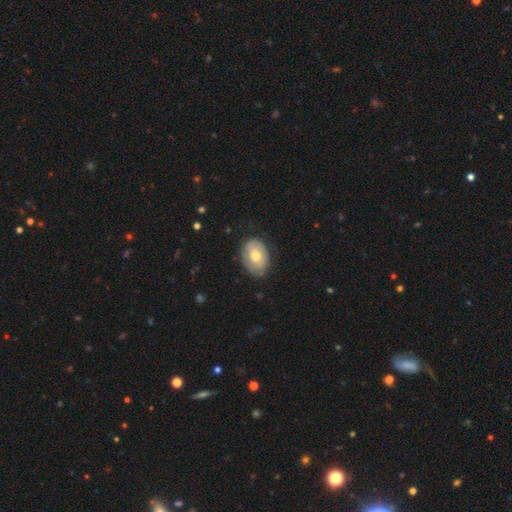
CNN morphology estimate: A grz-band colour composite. It shows a smooth galaxy with no disk features (62%) that is in between round and cigar-shaped (81%). Merging: none (75%).